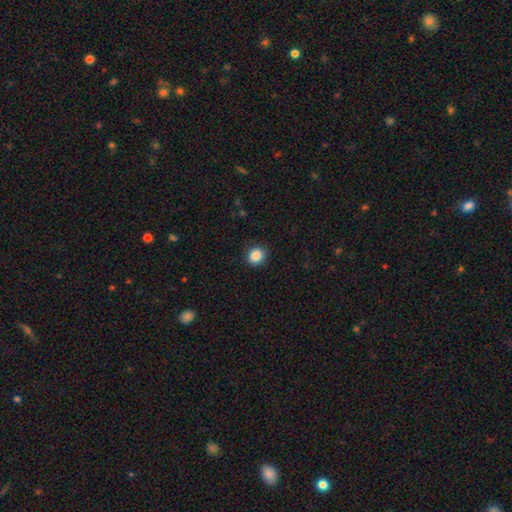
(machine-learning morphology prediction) type=smooth (86%); roundness=round (85%); merging=none (90%).